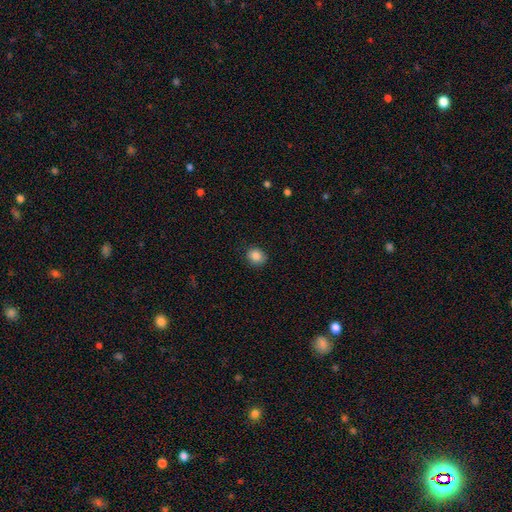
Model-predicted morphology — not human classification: Overall: smooth (86%). How rounded: round (68%; in between 31%). Merging: none (86%).